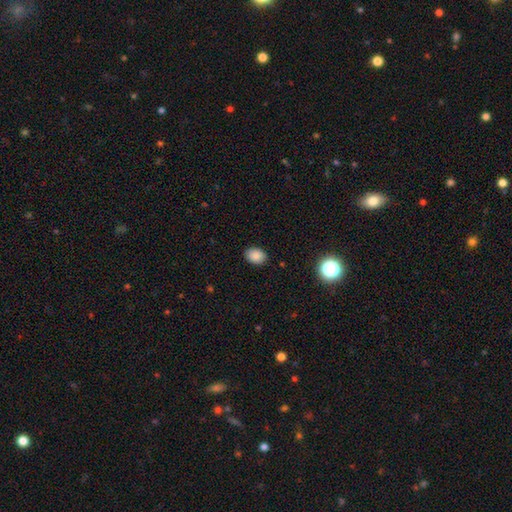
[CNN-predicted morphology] The model was most divided on "how rounded": in between: 77%, round: 22%, cigar-shaped: 1%. More confident: merging — none (88%); smooth or featured — smooth (86%).